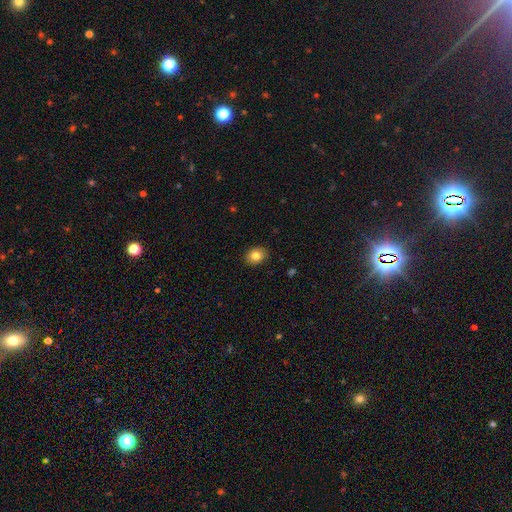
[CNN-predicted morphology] Q: Smooth or featured?
A: smooth (82%); runner-up: star or artifact (9%)
Q: How rounded?
A: in between (53%); runner-up: round (46%)
Q: Merging?
A: none (89%); runner-up: minor disturbance (8%)